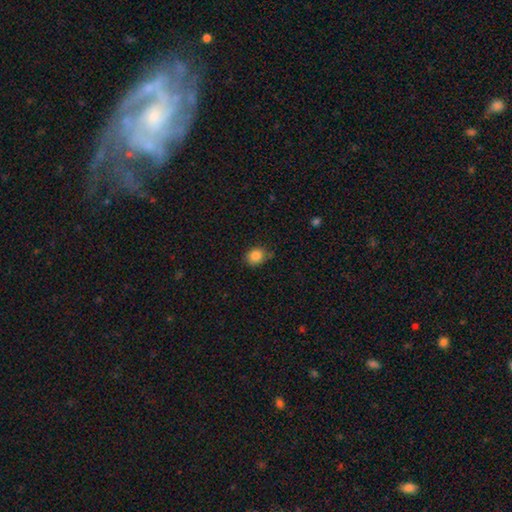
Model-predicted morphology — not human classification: smooth_or_featured: smooth (p=0.86) [alt: star or artifact p=0.10]
how_rounded: round (p=0.65) [alt: in between p=0.34]
merging: none (p=0.76) [alt: minor disturbance p=0.18]